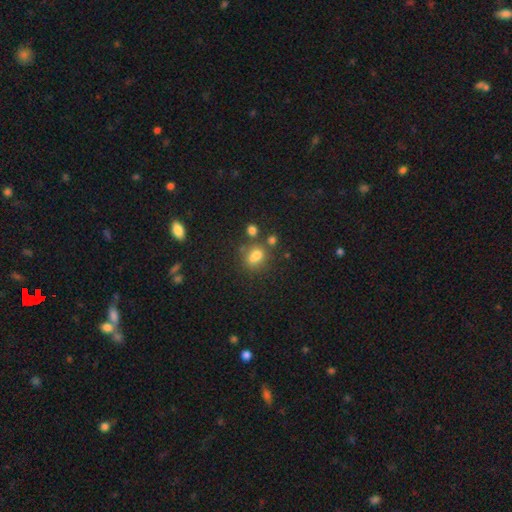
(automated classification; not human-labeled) Smooth or featured?
  - smooth: 68% *
  - star or artifact: 17%
  - featured or disk: 15%
How rounded?
  - round: 49% *
  - in between: 48%
  - cigar-shaped: 3%
Merging?
  - none: 46% *
  - merger: 30%
  - minor disturbance: 16%
  - major disturbance: 8%